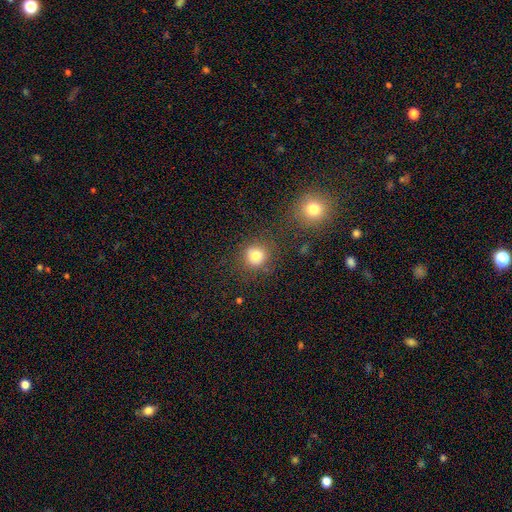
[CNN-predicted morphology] A smooth galaxy with no disk features (79%) that is round (89%).

Vote fractions:
- Smooth or featured? smooth: 79% / star or artifact: 13% / featured or disk: 8%
- How rounded? round: 89% / in between: 10% / cigar-shaped: 1%
- Merging? none: 79% / minor disturbance: 11% / merger: 6% / major disturbance: 5%